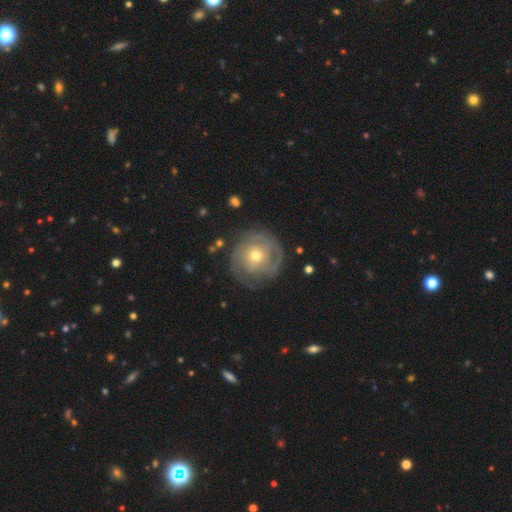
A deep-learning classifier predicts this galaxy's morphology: smooth-or-featured: featured or disk: 68% | smooth: 26% | star or artifact: 6%
  disk-edge-on: no: 97% | yes: 3%
    bar: no: 80% | weak: 16% | strong: 4%
    has-spiral-arms: yes: 75% | no: 25%
    bulge-size: moderate: 49% | small: 46% | large: 3% | none: 1% | dominant: 1%
  merging: none: 74% | minor disturbance: 16% | major disturbance: 8% | merger: 2%